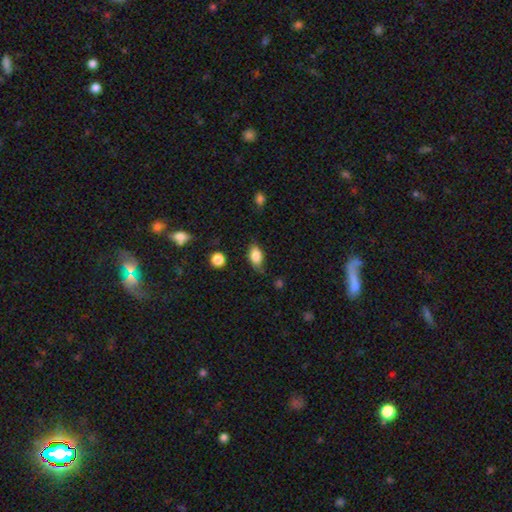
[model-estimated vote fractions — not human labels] Smooth or featured?
  - smooth: 81% *
  - featured or disk: 11%
  - star or artifact: 8%
How rounded?
  - in between: 87% *
  - round: 9%
  - cigar-shaped: 4%
Merging?
  - none: 65% *
  - minor disturbance: 27%
  - major disturbance: 6%
  - merger: 2%